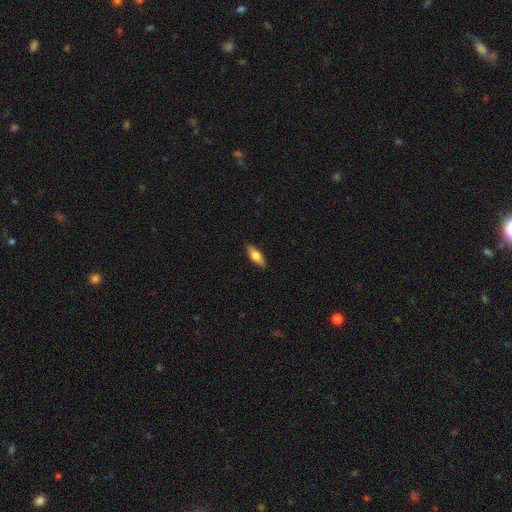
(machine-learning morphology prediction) Smooth or featured? smooth (72%)
How rounded? in between (68%)
Merging? none (88%)